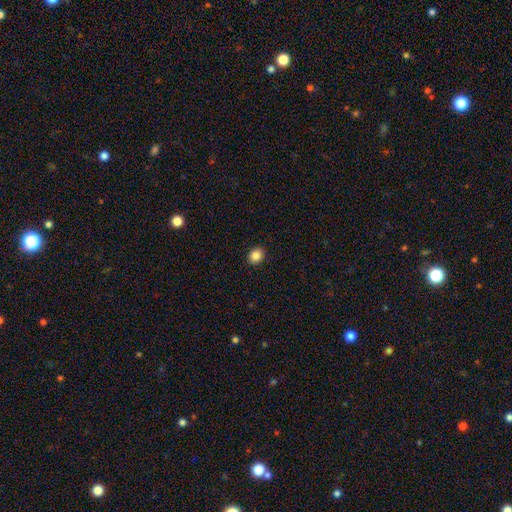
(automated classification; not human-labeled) smooth 85%, star or artifact 10%, featured or disk 5%. Down the decision tree: how rounded — round (57%); merging — none (91%).